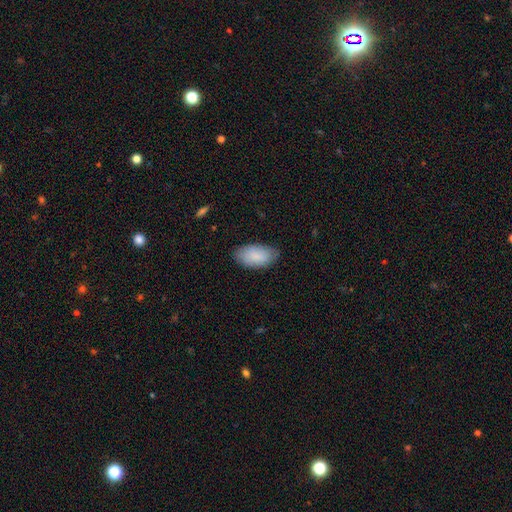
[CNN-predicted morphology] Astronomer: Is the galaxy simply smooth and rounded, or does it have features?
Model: smooth — 87%.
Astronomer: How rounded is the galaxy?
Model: in between — 95%.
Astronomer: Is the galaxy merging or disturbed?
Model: none — 80%.